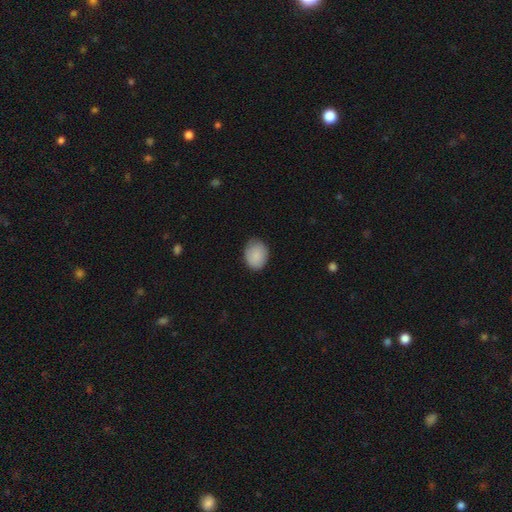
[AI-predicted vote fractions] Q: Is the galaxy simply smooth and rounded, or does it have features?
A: smooth — 88%.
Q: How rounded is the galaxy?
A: in between — 57%.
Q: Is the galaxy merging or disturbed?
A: none — 74%.